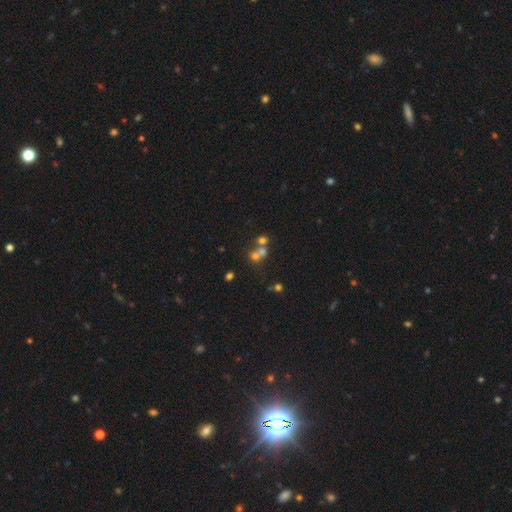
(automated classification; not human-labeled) smooth_or_featured: smooth (p=0.58) [alt: star or artifact p=0.22]
how_rounded: round (p=0.74) [alt: in between p=0.24]
merging: merger (p=0.55) [alt: none p=0.33]